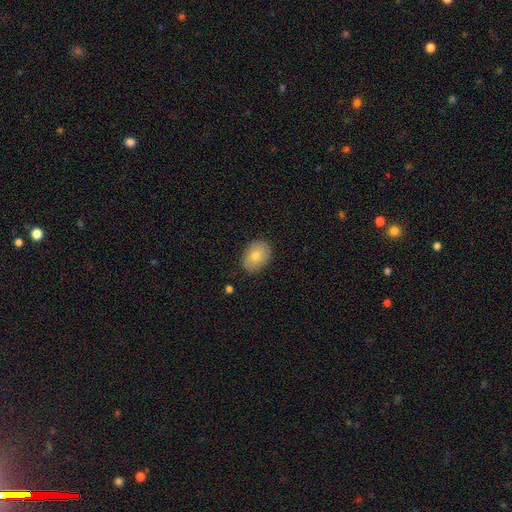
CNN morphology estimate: A smooth galaxy with no disk features (73%) that is in between round and cigar-shaped (77%).

Vote fractions:
- Smooth or featured? smooth: 73% / featured or disk: 19% / star or artifact: 8%
- How rounded? in between: 77% / round: 22% / cigar-shaped: 1%
- Merging? none: 87% / minor disturbance: 10% / major disturbance: 2% / merger: 1%